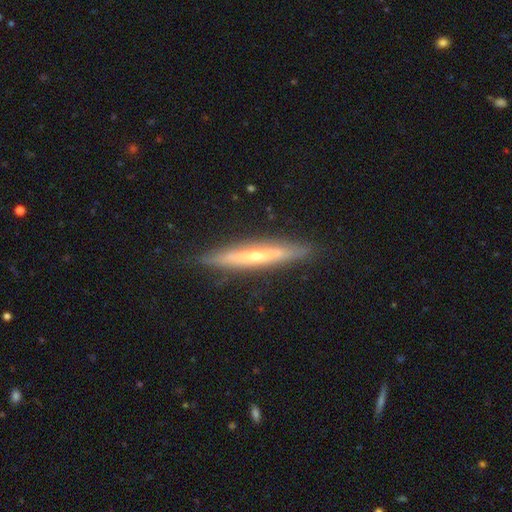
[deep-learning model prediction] The model was most divided on "edge-on bulge": rounded: 66%, none: 30%, boxy: 4%. More confident: edge-on disk — yes (91%); merging — none (87%); smooth or featured — featured or disk (66%).